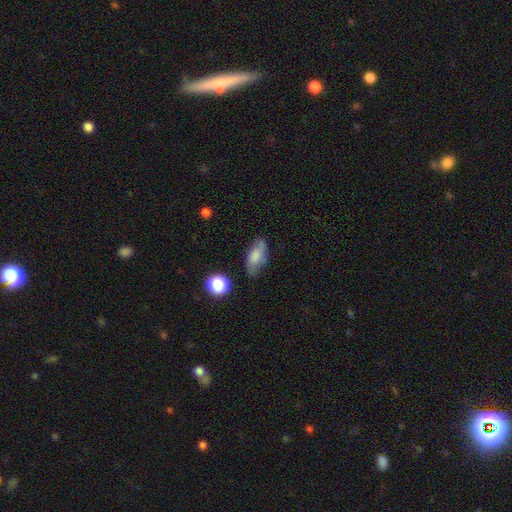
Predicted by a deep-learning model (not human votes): A smooth galaxy with no disk features (72%) that is in between round and cigar-shaped (84%).

Vote fractions:
- Smooth or featured? smooth: 72% / featured or disk: 19% / star or artifact: 9%
- How rounded? in between: 84% / cigar-shaped: 12% / round: 5%
- Merging? none: 65% / minor disturbance: 25% / major disturbance: 7% / merger: 3%